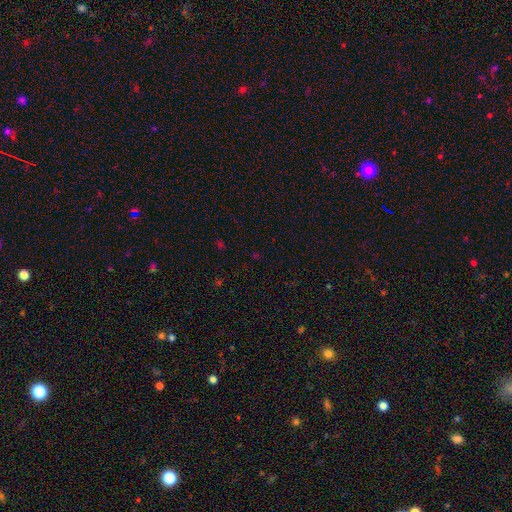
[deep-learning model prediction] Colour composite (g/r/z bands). It shows a star or artifact, not a galaxy (63%).